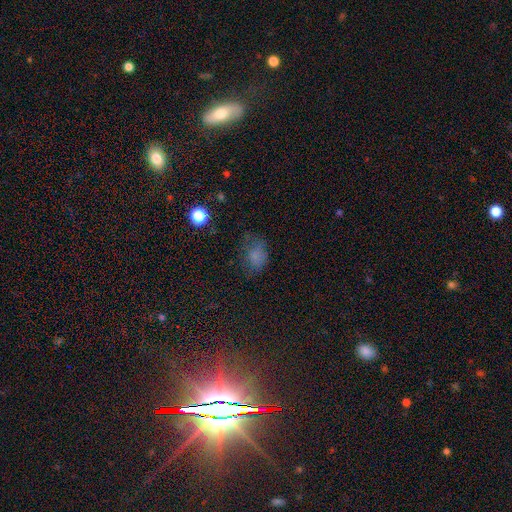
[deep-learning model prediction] This is likely a smooth galaxy (69%). How rounded: likely in between (65%). Merging: possibly none (50%).